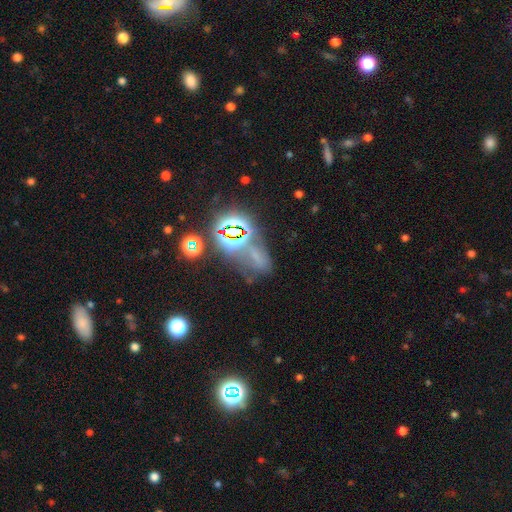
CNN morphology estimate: A star or artifact, not a galaxy (50%).

Vote fractions:
- Smooth or featured? star or artifact: 50% / smooth: 33% / featured or disk: 17%